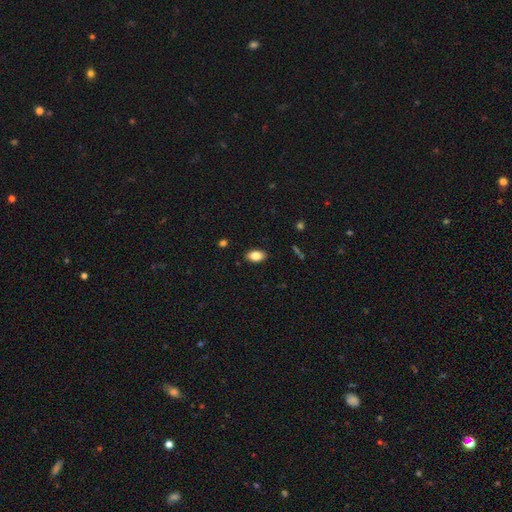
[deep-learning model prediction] Morphology: type=smooth (82%); roundness=in between (91%); merging=none (88%).